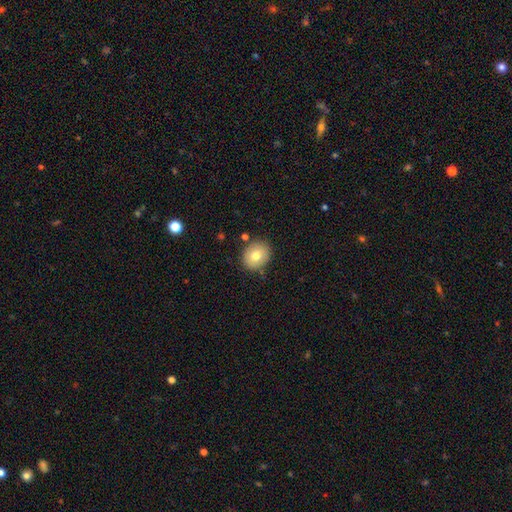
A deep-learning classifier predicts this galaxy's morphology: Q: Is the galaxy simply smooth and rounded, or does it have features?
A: smooth — 76%.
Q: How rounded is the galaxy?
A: round — 67%.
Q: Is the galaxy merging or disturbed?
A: none — 82%.